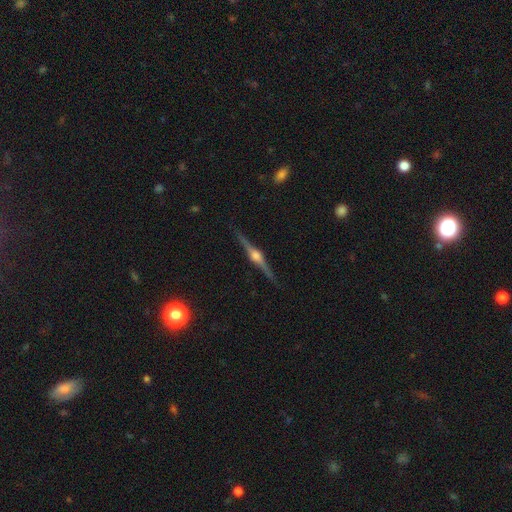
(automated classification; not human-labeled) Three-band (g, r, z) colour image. It shows a featured or disk galaxy (87%) viewed edge-on (99%) with a rounded central bulge (93%). Merging: none (91%).